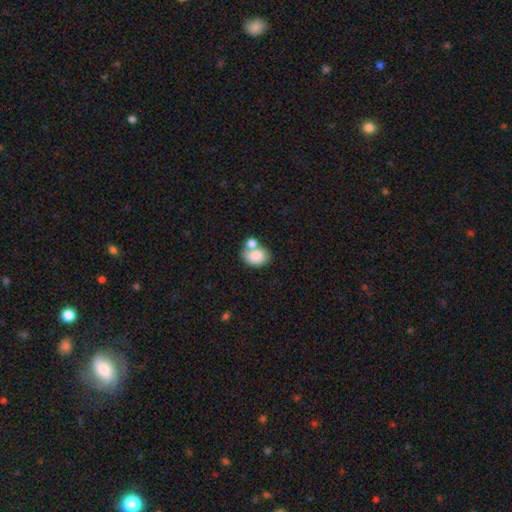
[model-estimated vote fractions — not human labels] Smooth or featured? Predicted: smooth (p=0.82). How rounded? Predicted: in between (p=0.73). Merging? Predicted: none (p=0.42).